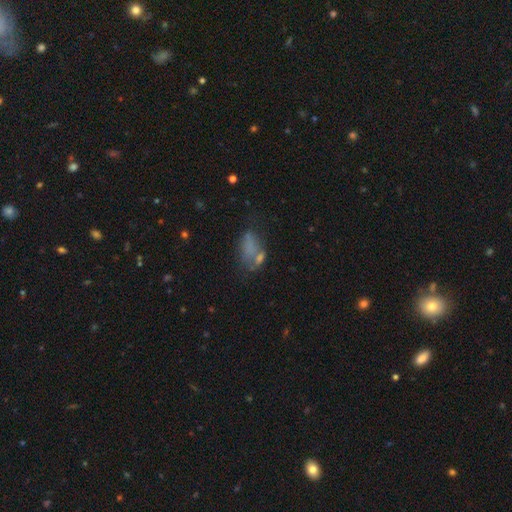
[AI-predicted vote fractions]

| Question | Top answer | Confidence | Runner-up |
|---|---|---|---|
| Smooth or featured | smooth | 61% | featured or disk (25%) |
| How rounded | in between | 86% | round (9%) |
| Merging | none | 31% | merger (28%) |